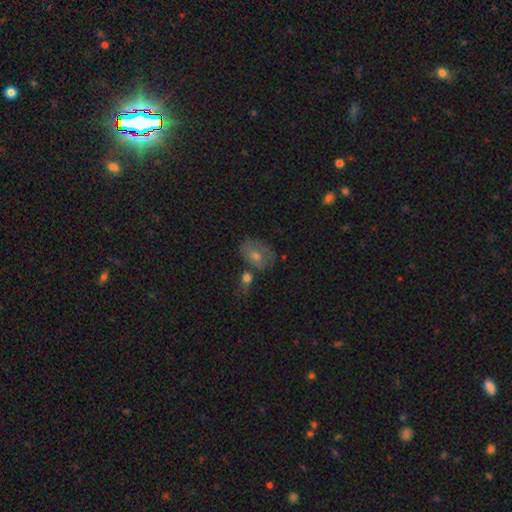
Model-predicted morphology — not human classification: Overall: smooth (51%; featured or disk 35%). How rounded: in between (69%; round 29%). Merging: none (54%; merger 19%).